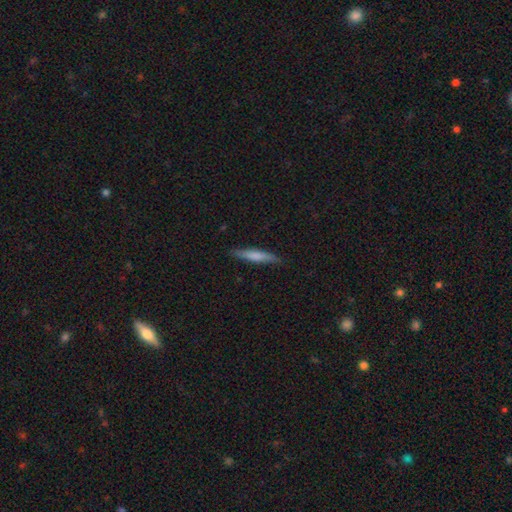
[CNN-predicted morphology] Overall: smooth (66%; featured or disk 28%). How rounded: cigar-shaped (90%). Merging: none (86%).